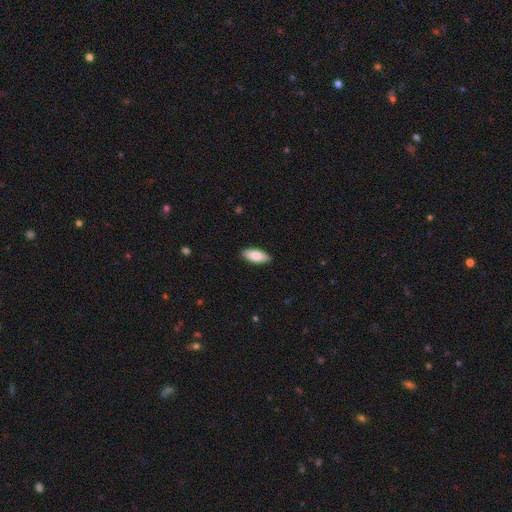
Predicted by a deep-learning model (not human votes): Smooth or featured: smooth — 84% (featured or disk — 11%)
How rounded: in between — 83% (cigar-shaped — 15%)
Merging: none — 88% (minor disturbance — 9%)